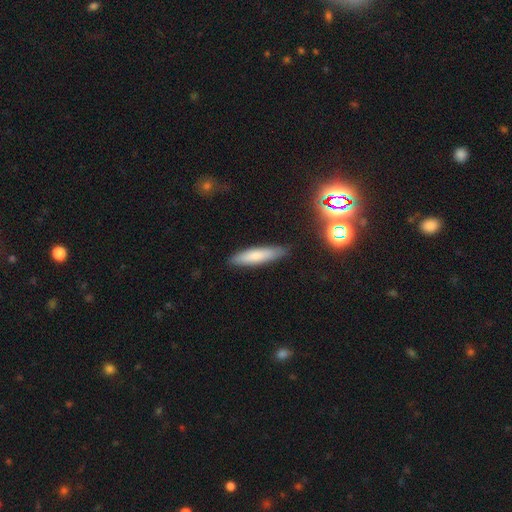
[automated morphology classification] This is likely a smooth galaxy (75%). How rounded: likely cigar-shaped (77%). Merging: clearly none (87%).